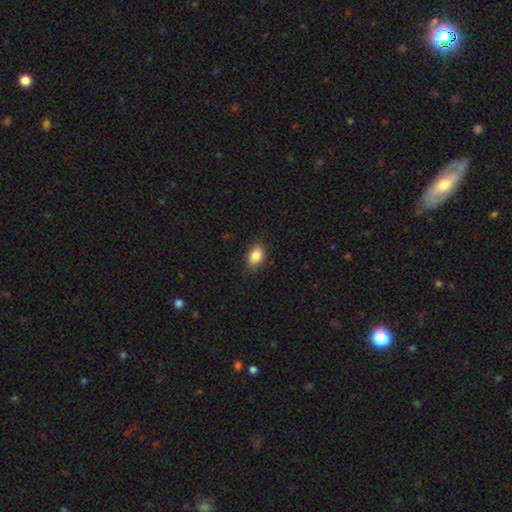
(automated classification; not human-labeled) smooth_or_featured: smooth (p=0.86) [alt: star or artifact p=0.08]
how_rounded: in between (p=0.85) [alt: round p=0.13]
merging: none (p=0.85) [alt: minor disturbance p=0.12]